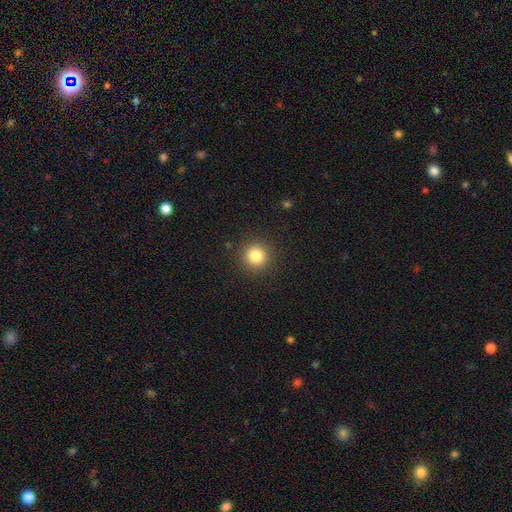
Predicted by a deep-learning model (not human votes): Overall: smooth (82%). How rounded: round (94%). Merging: none (91%).